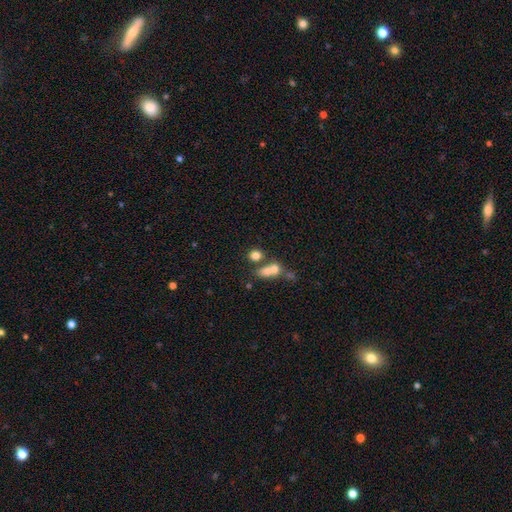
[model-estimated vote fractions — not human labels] Morphology: type=smooth (75%); roundness=round (71%); merging=none (51%).